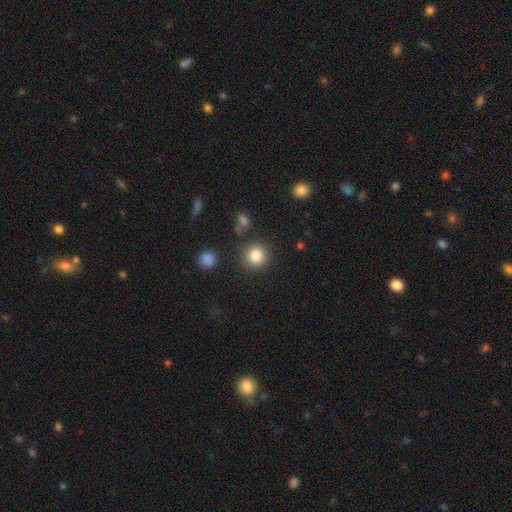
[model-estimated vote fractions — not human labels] smooth 84%, star or artifact 10%, featured or disk 6%. Down the decision tree: how rounded — round (92%); merging — none (86%).